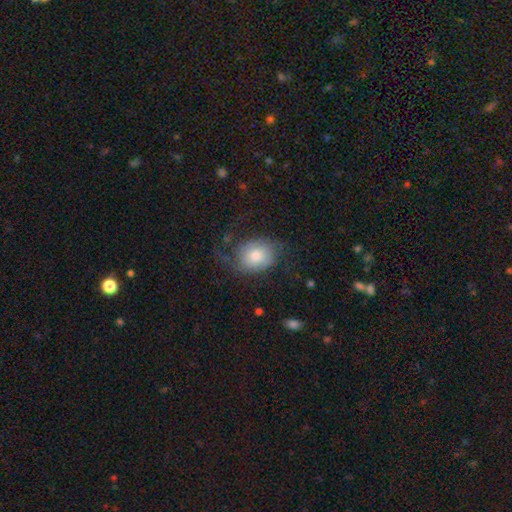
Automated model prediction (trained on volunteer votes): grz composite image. It shows a featured or disk galaxy (47%). Merging: none (51%).